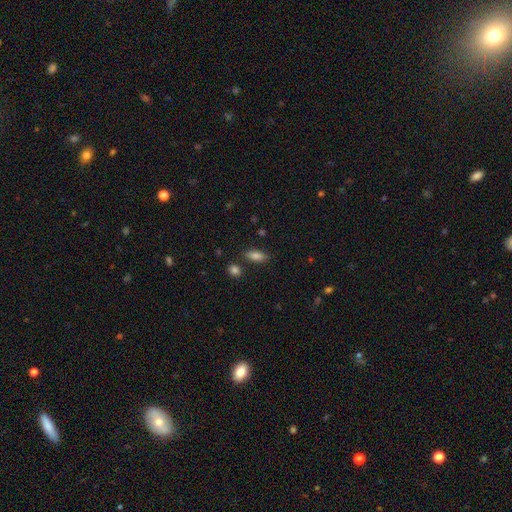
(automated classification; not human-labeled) Overall: smooth (81%). How rounded: in between (76%). Merging: none (82%).